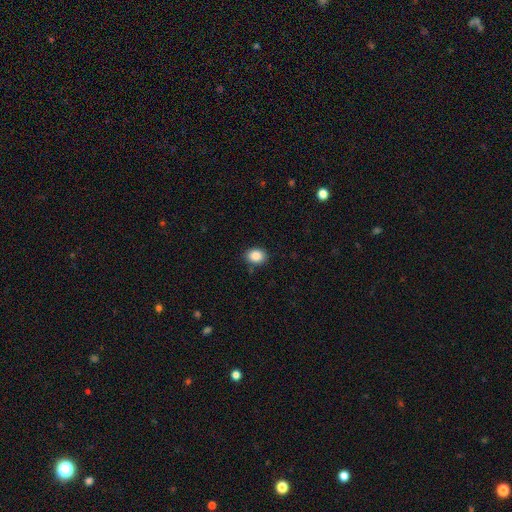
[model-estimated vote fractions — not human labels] Overall: smooth (87%). How rounded: in between (53%; round 46%). Merging: none (86%).